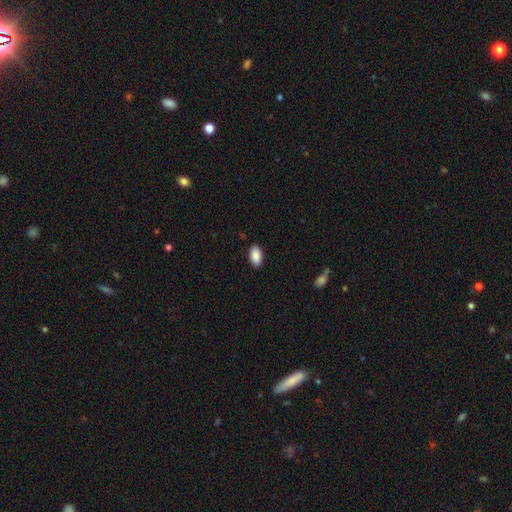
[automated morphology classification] smooth_or_featured: smooth (p=0.90) [alt: star or artifact p=0.07]
how_rounded: in between (p=0.94) [alt: round p=0.04]
merging: none (p=0.88) [alt: minor disturbance p=0.09]